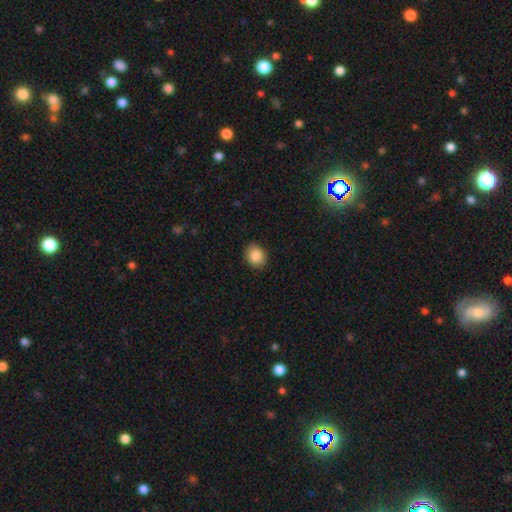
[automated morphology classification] Overall: smooth (87%). How rounded: round (61%; in between 38%). Merging: none (88%).